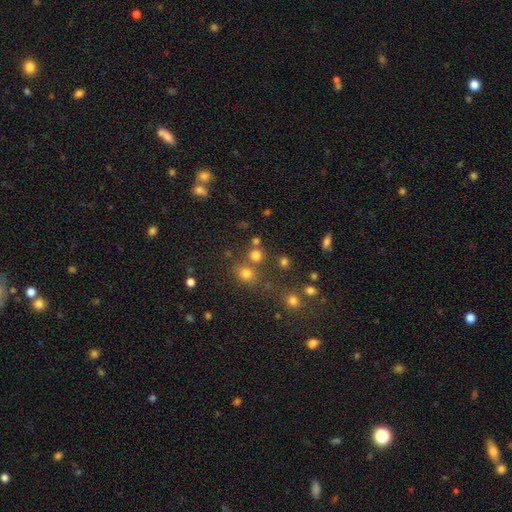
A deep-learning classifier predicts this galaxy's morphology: type=smooth (74%); roundness=round (87%); merging=none (69%).